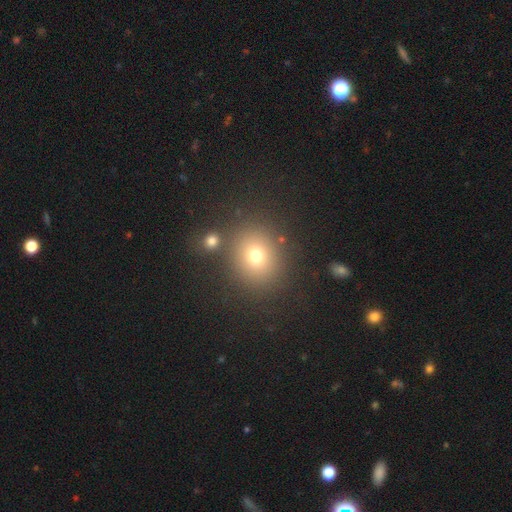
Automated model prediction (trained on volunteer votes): A smooth galaxy with no disk features (73%) that is round (76%). Merging: none (81%).